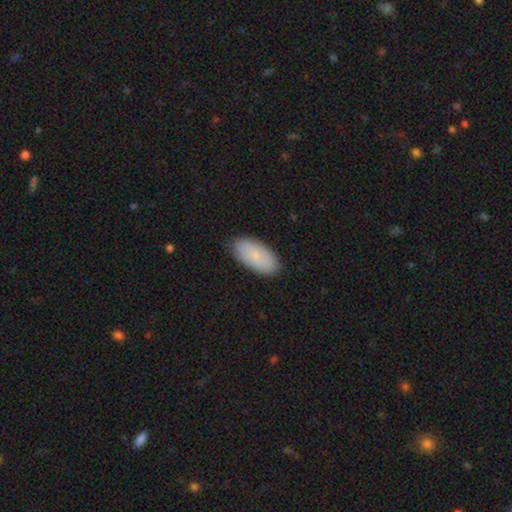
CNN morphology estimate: Smooth or featured: smooth — 78% (featured or disk — 15%)
How rounded: in between — 94% (cigar-shaped — 4%)
Merging: none — 86% (minor disturbance — 11%)